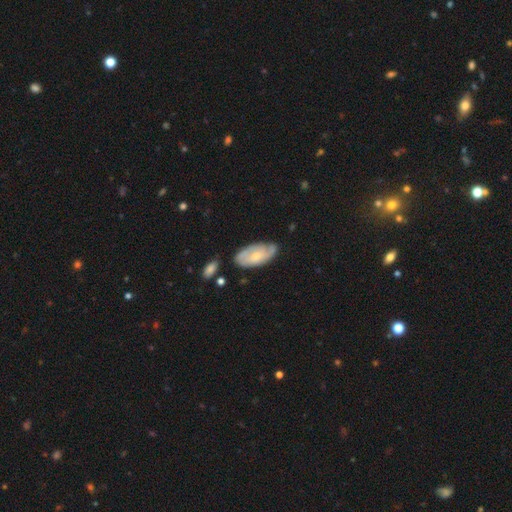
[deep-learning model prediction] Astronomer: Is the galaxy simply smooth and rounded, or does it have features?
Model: featured or disk — 54% (runner-up: smooth, 41%).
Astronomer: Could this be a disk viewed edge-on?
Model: no — 92%.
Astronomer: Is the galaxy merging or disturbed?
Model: none — 66%.